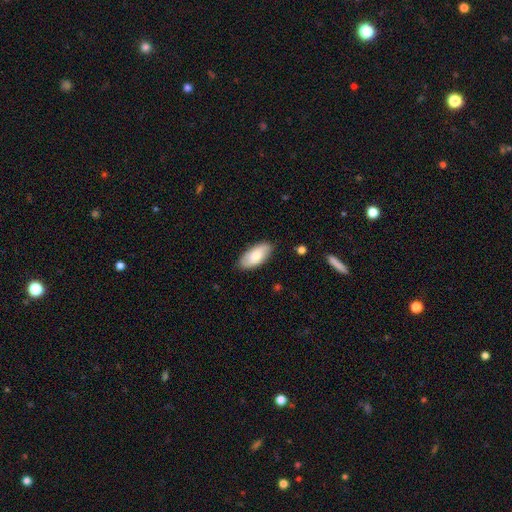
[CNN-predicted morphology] Smooth or featured: smooth — 72% (featured or disk — 22%)
How rounded: in between — 91% (cigar-shaped — 7%)
Merging: none — 84% (minor disturbance — 13%)